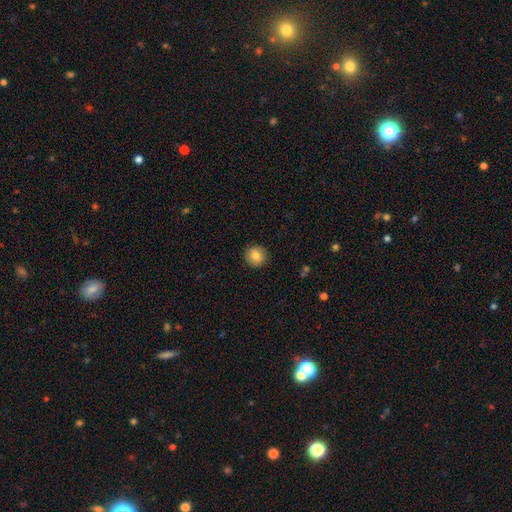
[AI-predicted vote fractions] smooth 83%, featured or disk 9%, star or artifact 8%. Down the decision tree: how rounded — round (94%); merging — none (91%).